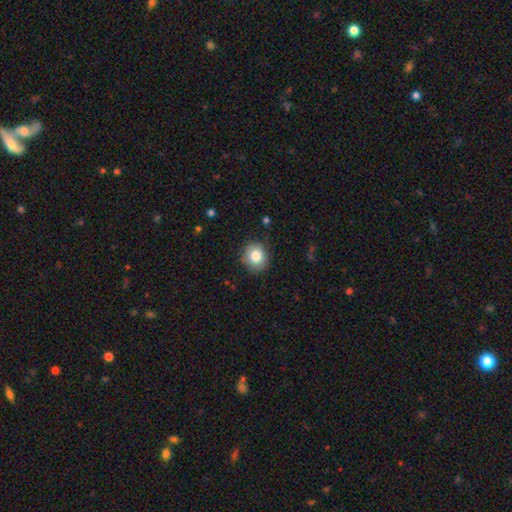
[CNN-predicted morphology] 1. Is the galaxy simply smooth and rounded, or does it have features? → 82% smooth, 9% star or artifact, 8% featured or disk.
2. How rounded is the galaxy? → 82% round, 17% in between, 1% cigar-shaped.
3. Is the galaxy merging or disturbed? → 83% none, 13% minor disturbance, 3% major disturbance, 1% merger.